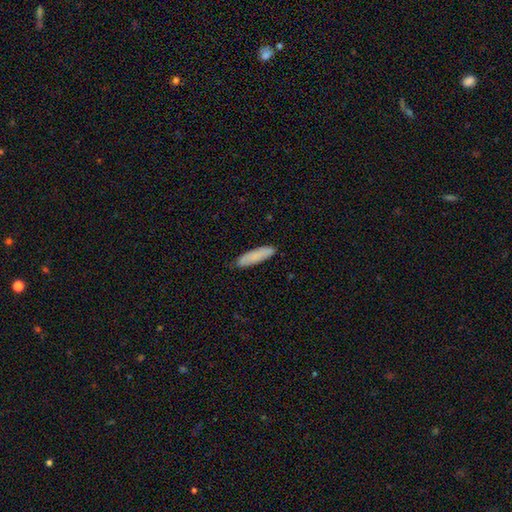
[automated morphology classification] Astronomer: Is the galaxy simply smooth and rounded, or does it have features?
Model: smooth — 83%.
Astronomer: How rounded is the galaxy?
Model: cigar-shaped — 70%.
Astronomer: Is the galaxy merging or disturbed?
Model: none — 86%.